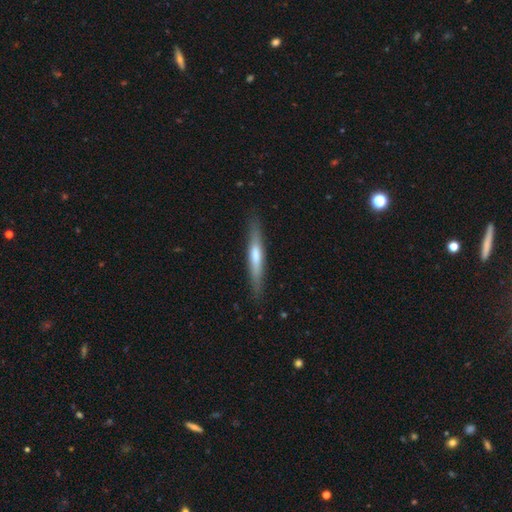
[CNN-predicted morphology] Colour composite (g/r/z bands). It shows a smooth galaxy with no disk features (54%) that is cigar-shaped (92%). Merging: none (86%).